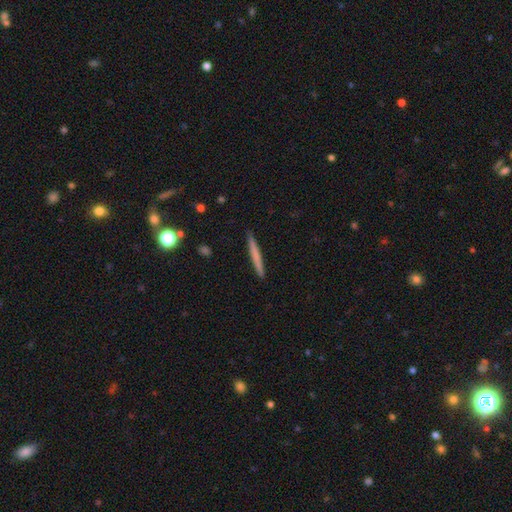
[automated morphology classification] smooth_or_featured: smooth (p=0.64) [alt: featured or disk p=0.30]
how_rounded: cigar-shaped (p=0.97) [alt: in between p=0.02]
merging: none (p=0.92) [alt: minor disturbance p=0.06]